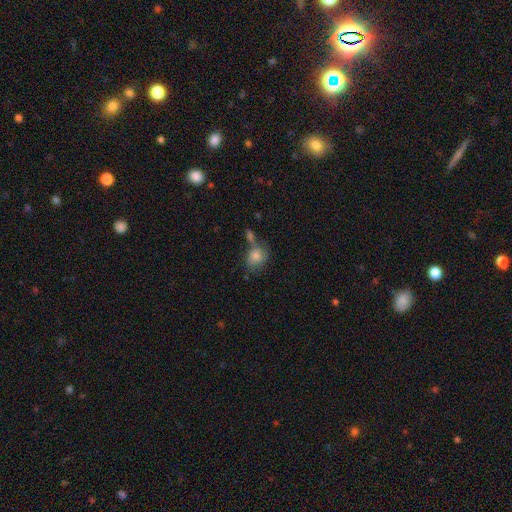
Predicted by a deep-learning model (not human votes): This is likely a smooth galaxy (70%). How rounded: possibly in between (51%). Merging: marginally none (43%).